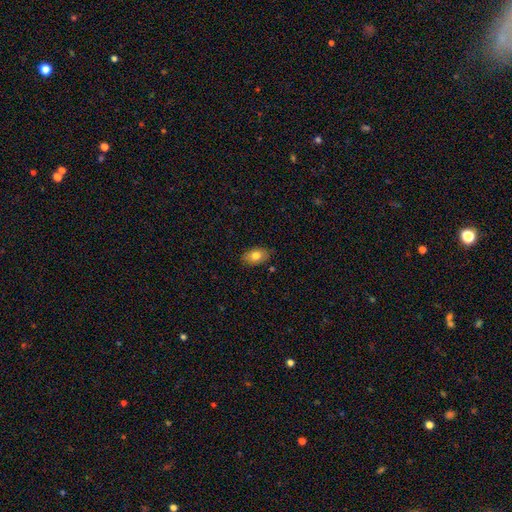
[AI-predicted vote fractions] Q: Smooth or featured?
A: smooth (79%); runner-up: featured or disk (13%)
Q: How rounded?
A: in between (89%); runner-up: round (9%)
Q: Merging?
A: none (86%); runner-up: minor disturbance (11%)